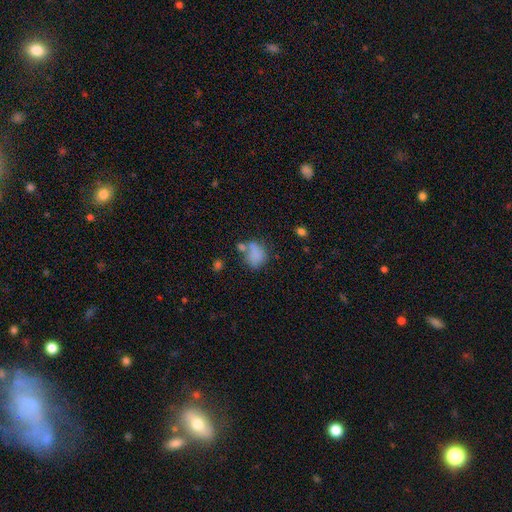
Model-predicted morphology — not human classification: Smooth or featured: smooth — 75% (featured or disk — 13%)
How rounded: round — 50% (in between — 49%)
Merging: none — 41% (merger — 25%)